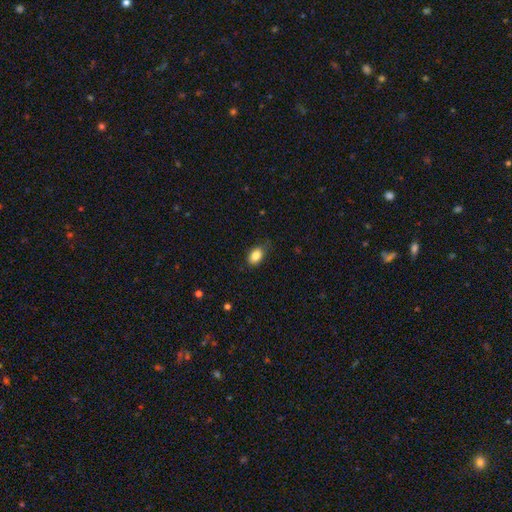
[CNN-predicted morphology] smooth_or_featured: smooth (p=0.85) [alt: star or artifact p=0.08]
how_rounded: in between (p=0.82) [alt: round p=0.16]
merging: none (p=0.79) [alt: minor disturbance p=0.17]